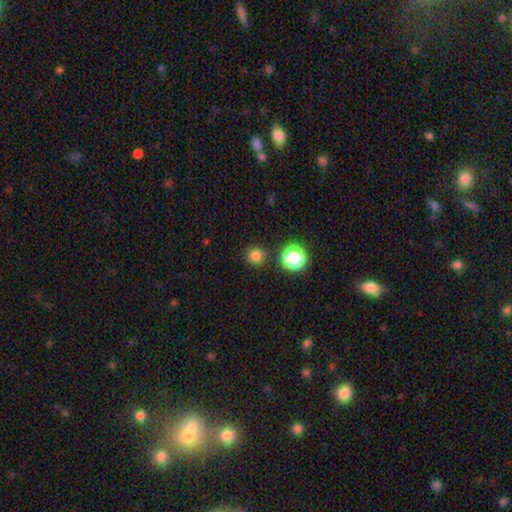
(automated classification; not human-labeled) smooth 79%, star or artifact 17%, featured or disk 4%. Down the decision tree: how rounded — round (94%); merging — none (89%).